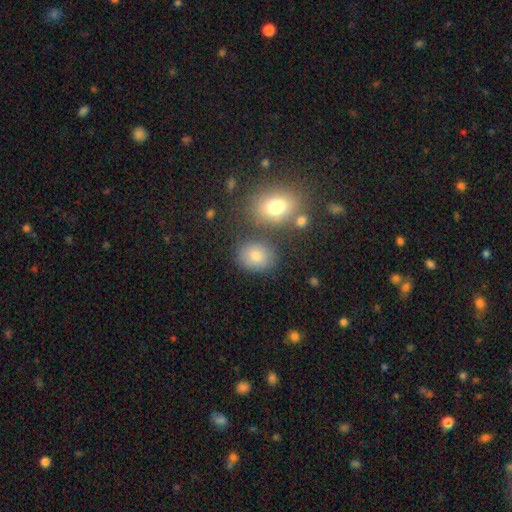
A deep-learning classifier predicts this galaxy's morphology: smooth 79%, star or artifact 12%, featured or disk 9%. Down the decision tree: how rounded — round (54%); merging — none (73%).